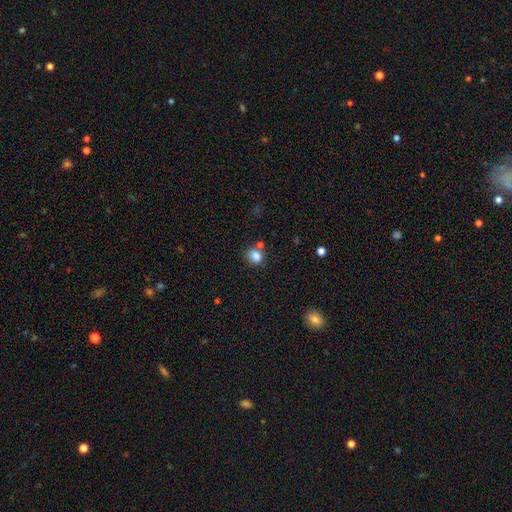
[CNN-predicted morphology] smooth_or_featured: smooth (p=0.83) [alt: star or artifact p=0.11]
how_rounded: round (p=0.64) [alt: in between p=0.35]
merging: none (p=0.66) [alt: merger p=0.17]